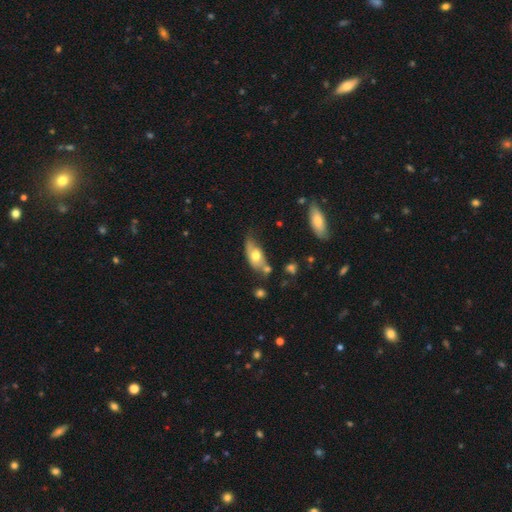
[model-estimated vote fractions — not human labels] Smooth or featured? Predicted: smooth (p=0.59). How rounded? Predicted: in between (p=0.87). Merging? Predicted: none (p=0.39).